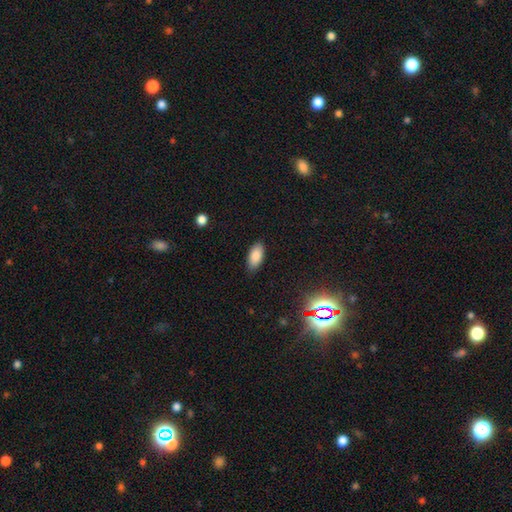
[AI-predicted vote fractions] Morphology: type=smooth (86%); roundness=in between (92%); merging=none (87%).